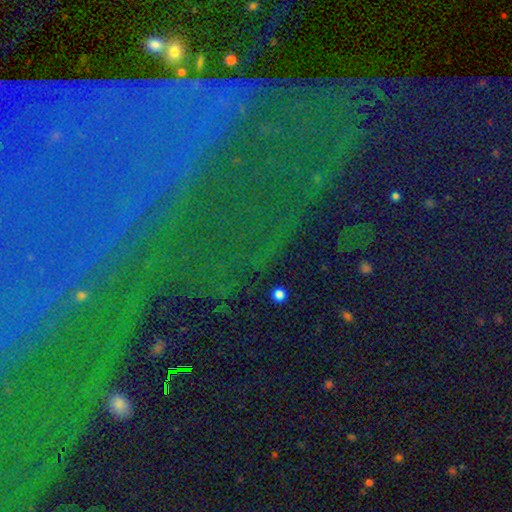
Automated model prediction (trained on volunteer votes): Smooth or featured? star or artifact (85%)